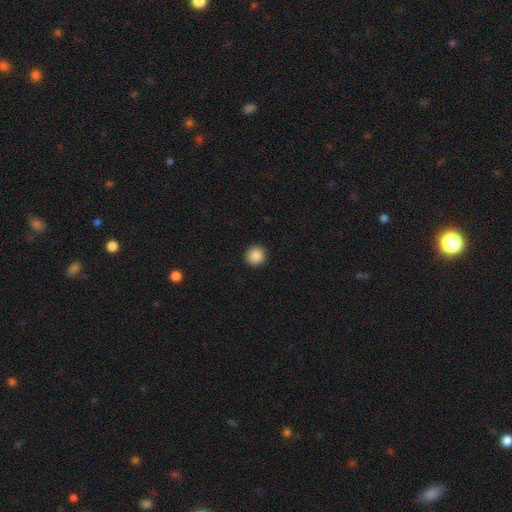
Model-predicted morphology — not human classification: Q: Smooth or featured?
A: smooth (88%); runner-up: star or artifact (9%)
Q: How rounded?
A: round (96%); runner-up: in between (4%)
Q: Merging?
A: none (92%); runner-up: minor disturbance (5%)